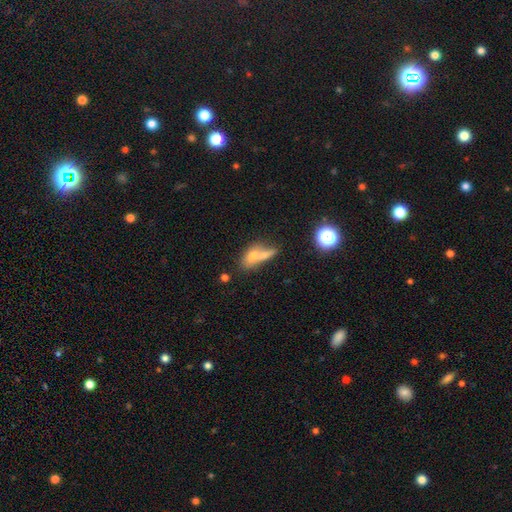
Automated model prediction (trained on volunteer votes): smooth-or-featured: smooth: 67% | featured or disk: 22% | star or artifact: 11%
  how-rounded: in between: 69% | cigar-shaped: 16% | round: 14%
  merging: merger: 49% | none: 31% | minor disturbance: 11% | major disturbance: 8%